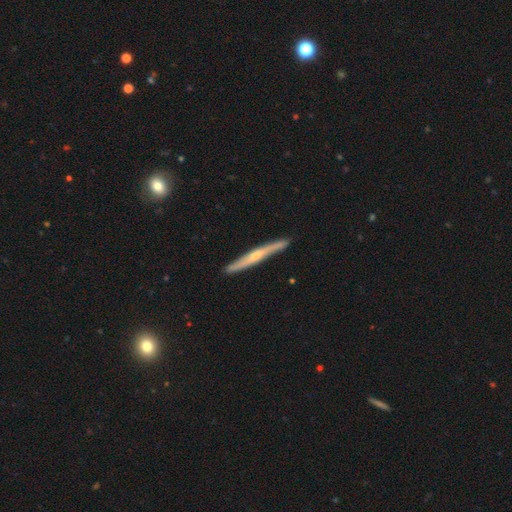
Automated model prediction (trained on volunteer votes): featured or disk 64%, smooth 31%, star or artifact 5%. Down the decision tree: edge-on disk — yes (95%); edge-on bulge — rounded (64%); merging — none (89%).